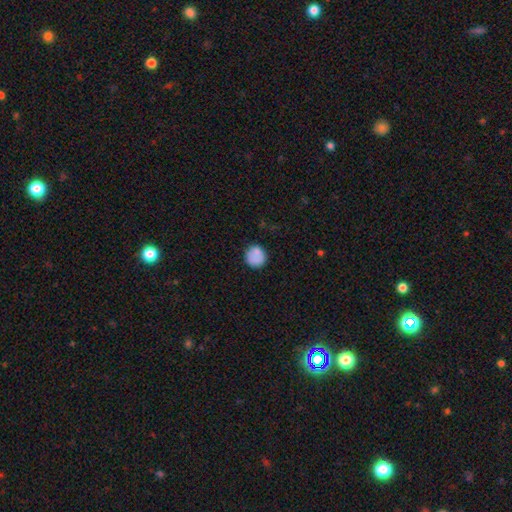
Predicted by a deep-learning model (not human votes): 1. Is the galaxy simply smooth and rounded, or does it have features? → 83% smooth, 9% star or artifact, 8% featured or disk.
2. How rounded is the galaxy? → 90% round, 9% in between, 1% cigar-shaped.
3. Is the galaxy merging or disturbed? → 78% none, 14% minor disturbance, 4% major disturbance, 4% merger.